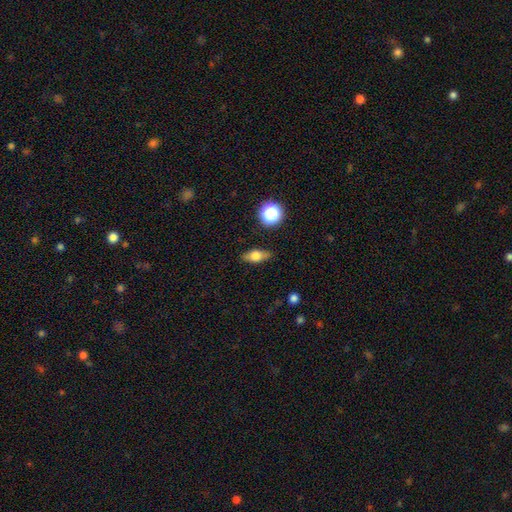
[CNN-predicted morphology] Smooth or featured?
  - smooth: 63% *
  - featured or disk: 27%
  - star or artifact: 10%
How rounded?
  - in between: 68% *
  - cigar-shaped: 19%
  - round: 13%
Merging?
  - none: 85% *
  - minor disturbance: 11%
  - major disturbance: 3%
  - merger: 1%